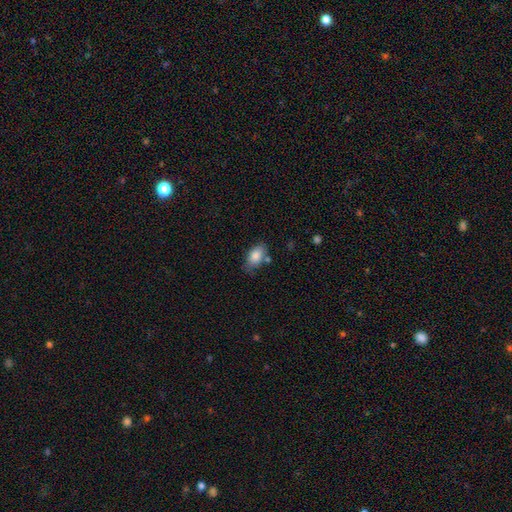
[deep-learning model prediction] Smooth or featured? smooth (84%)
How rounded? in between (91%)
Merging? none (65%)